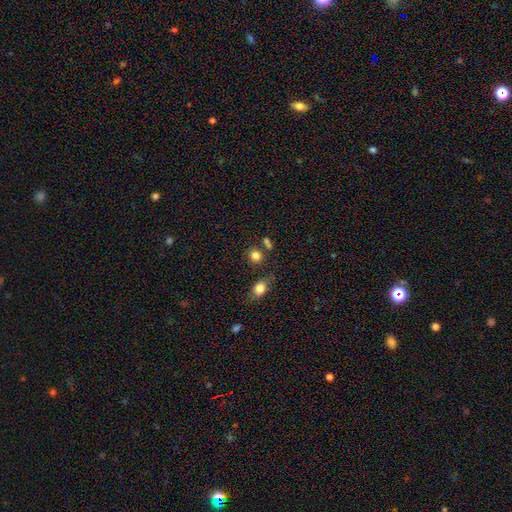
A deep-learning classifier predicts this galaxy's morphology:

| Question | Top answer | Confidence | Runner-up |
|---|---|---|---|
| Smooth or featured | smooth | 82% | star or artifact (12%) |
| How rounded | round | 76% | in between (22%) |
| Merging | none | 71% | merger (14%) |